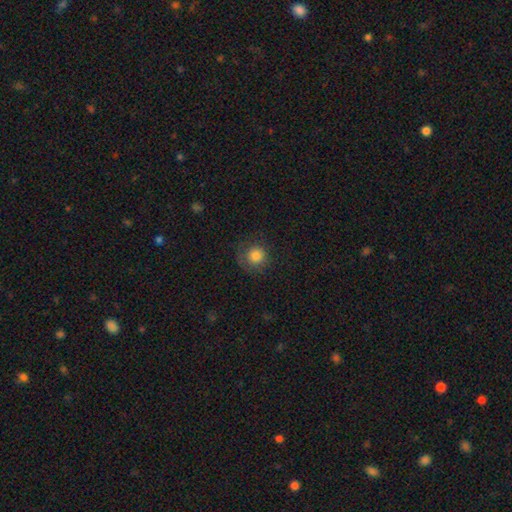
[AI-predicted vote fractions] smooth 82%, star or artifact 10%, featured or disk 8%. Down the decision tree: how rounded — round (93%); merging — none (75%).